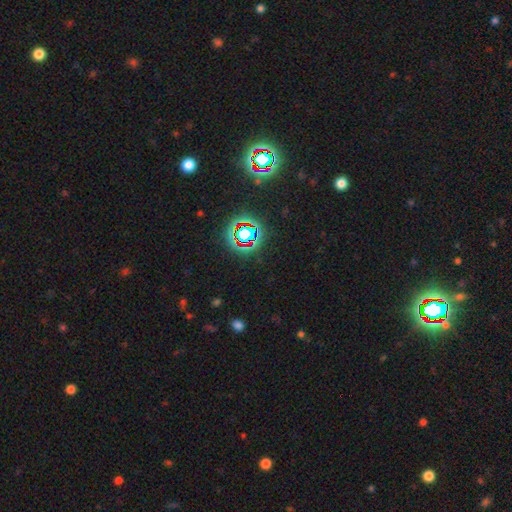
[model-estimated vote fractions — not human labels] Q: Smooth or featured?
A: star or artifact (74%); runner-up: smooth (15%)